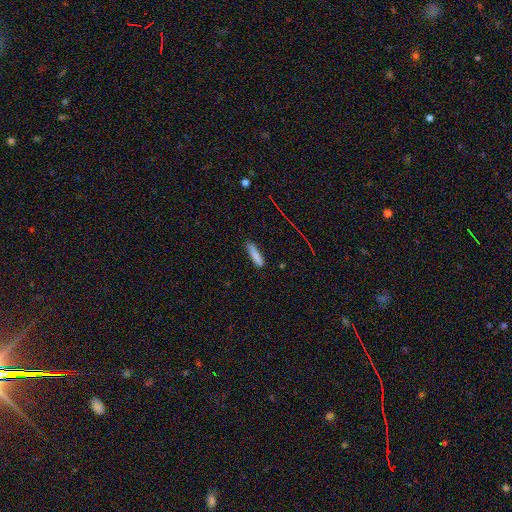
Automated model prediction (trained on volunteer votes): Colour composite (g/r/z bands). It shows a smooth galaxy with no disk features (84%) that is cigar-shaped (79%). Merging: none (83%).